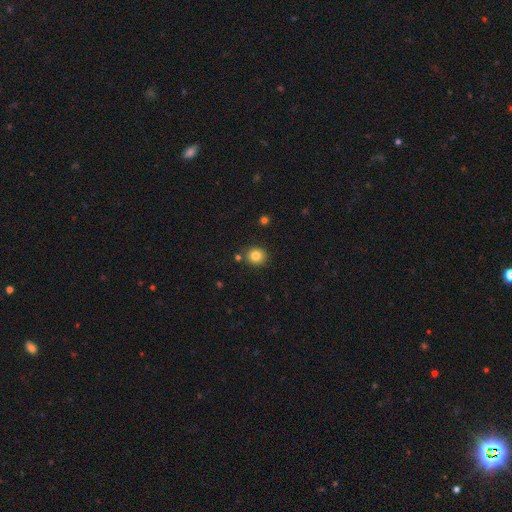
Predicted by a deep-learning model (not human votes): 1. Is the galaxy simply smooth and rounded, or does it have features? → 83% smooth, 11% star or artifact, 6% featured or disk.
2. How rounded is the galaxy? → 84% round, 15% in between, 1% cigar-shaped.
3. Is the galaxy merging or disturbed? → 85% none, 8% minor disturbance, 5% merger, 2% major disturbance.